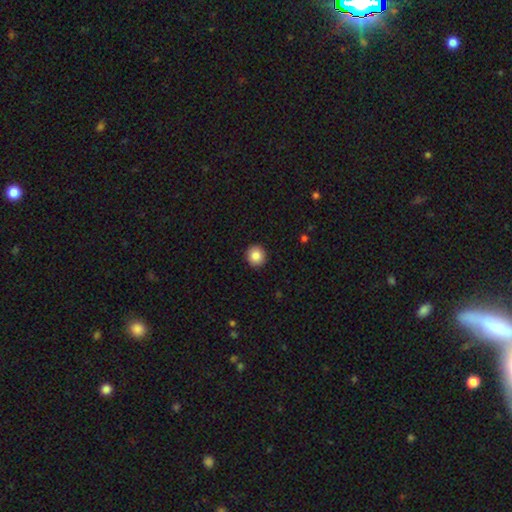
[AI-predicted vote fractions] smooth_or_featured: smooth (p=0.86) [alt: star or artifact p=0.09]
how_rounded: round (p=0.90) [alt: in between p=0.09]
merging: none (p=0.92) [alt: minor disturbance p=0.05]